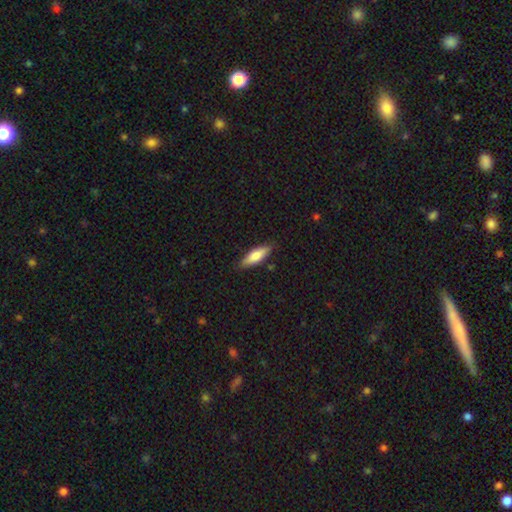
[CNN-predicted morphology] Q: Smooth or featured?
A: smooth (73%); runner-up: featured or disk (21%)
Q: How rounded?
A: in between (52%); runner-up: cigar-shaped (46%)
Q: Merging?
A: none (85%); runner-up: minor disturbance (12%)